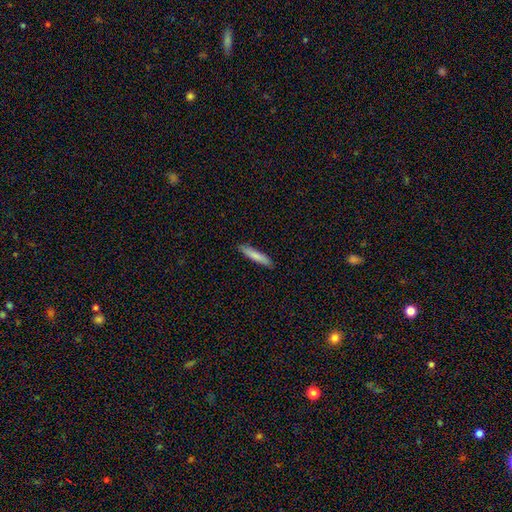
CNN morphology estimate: A smooth galaxy with no disk features (81%) that is cigar-shaped (91%).

Vote fractions:
- Smooth or featured? smooth: 81% / featured or disk: 13% / star or artifact: 6%
- How rounded? cigar-shaped: 91% / in between: 8% / round: 1%
- Merging? none: 88% / minor disturbance: 9% / major disturbance: 2% / merger: 1%